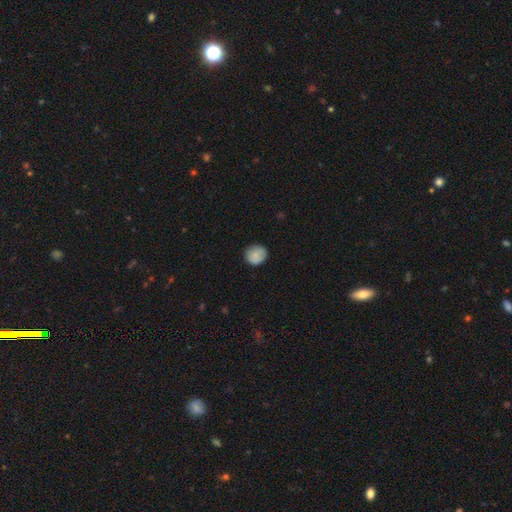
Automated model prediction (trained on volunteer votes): Morphology: type=smooth (82%); roundness=round (88%); merging=none (82%).